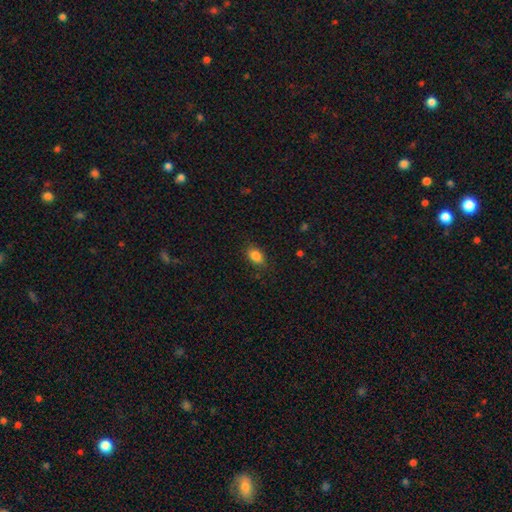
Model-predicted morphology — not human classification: This is clearly a smooth galaxy (86%). How rounded: clearly in between (86%). Merging: clearly none (83%).